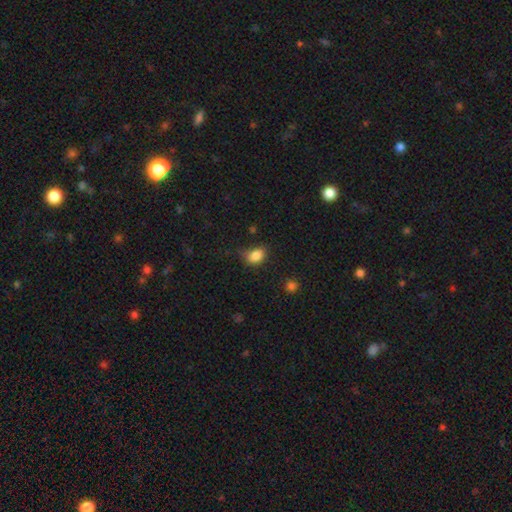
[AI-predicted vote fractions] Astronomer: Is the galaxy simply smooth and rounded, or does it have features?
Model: smooth — 85%.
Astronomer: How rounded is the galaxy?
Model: in between — 76%.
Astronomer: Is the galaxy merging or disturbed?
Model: none — 62%.